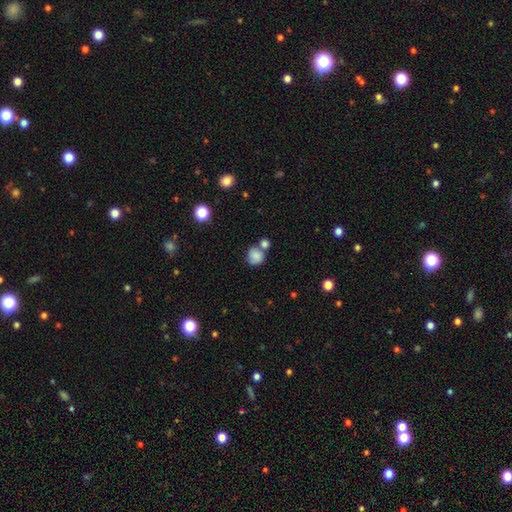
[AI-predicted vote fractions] smooth-or-featured: smooth: 76% | featured or disk: 15% | star or artifact: 10%
  how-rounded: round: 82% | in between: 17% | cigar-shaped: 1%
  merging: none: 45% | merger: 35% | minor disturbance: 14% | major disturbance: 5%